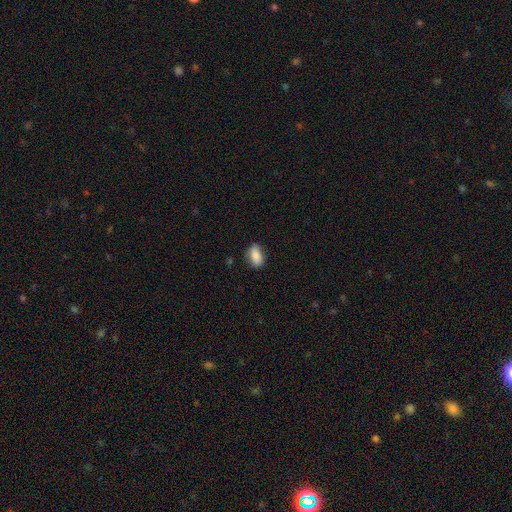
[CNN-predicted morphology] smooth-or-featured: smooth: 87% | star or artifact: 7% | featured or disk: 6%
  how-rounded: in between: 89% | round: 7% | cigar-shaped: 4%
  merging: none: 81% | minor disturbance: 15% | major disturbance: 3% | merger: 1%